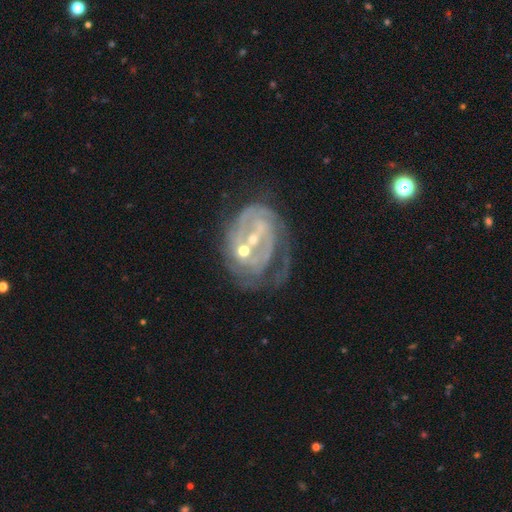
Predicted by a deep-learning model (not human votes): smooth_or_featured: featured or disk (p=0.83) [alt: smooth p=0.09]
disk_edge_on: no (p=0.97) [alt: yes p=0.03]
bar: weak (p=0.39) [alt: strong p=0.35]
has_spiral_arms: yes (p=0.85) [alt: no p=0.15]
spiral_winding: tight (p=0.56) [alt: medium p=0.32]
spiral_arm_count: 2 (p=0.38) [alt: can't tell p=0.32]
bulge_size: small (p=0.67) [alt: moderate p=0.27]
merging: none (p=0.34) [alt: merger p=0.27]